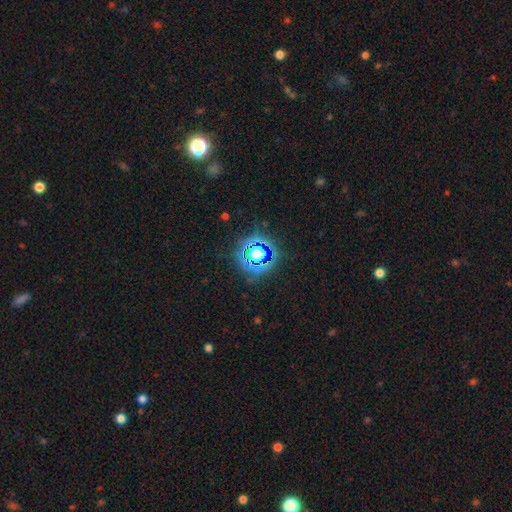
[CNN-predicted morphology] This appears to be a star or artifact, not a galaxy (57%).